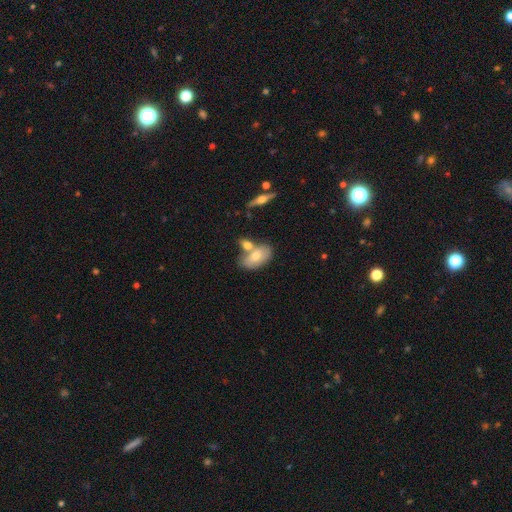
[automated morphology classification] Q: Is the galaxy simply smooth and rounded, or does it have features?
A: smooth — 64%.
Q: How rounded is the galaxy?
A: in between — 91%.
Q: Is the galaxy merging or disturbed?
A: none — 45%.